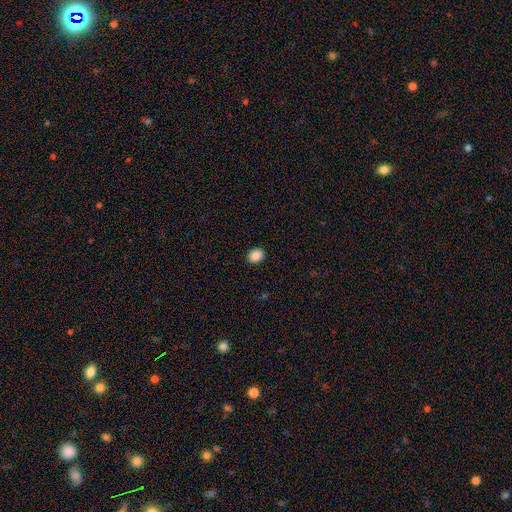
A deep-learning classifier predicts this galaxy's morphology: This appears to be a smooth galaxy with no disk features (89%) that is in between round and cigar-shaped (57%). Merging: none (91%).